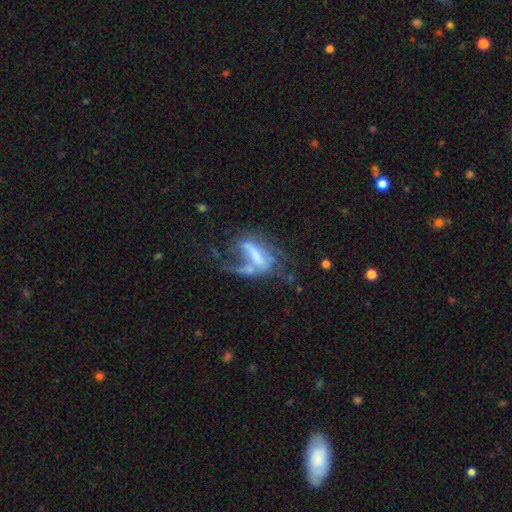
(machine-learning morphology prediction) featured or disk 62%, smooth 27%, star or artifact 11%. Down the decision tree: edge-on disk — no (88%); bar — strong (46%); spiral arms — yes (52%); bulge size — none (38%); merging — major disturbance (45%).